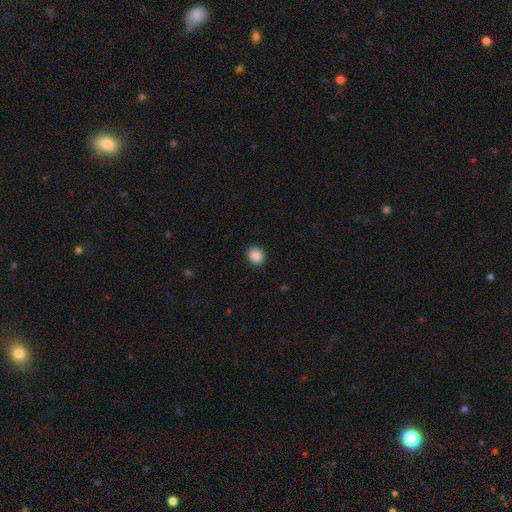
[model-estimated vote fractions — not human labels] A smooth galaxy with no disk features (88%) that is round (58%). Merging: none (91%).